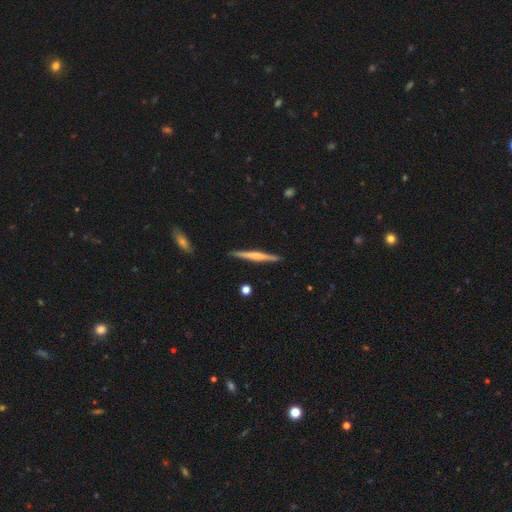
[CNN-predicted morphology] Smooth or featured? featured or disk (58%)
Edge-on disk? yes (98%)
Edge-on bulge? rounded (44%)
Merging? none (91%)